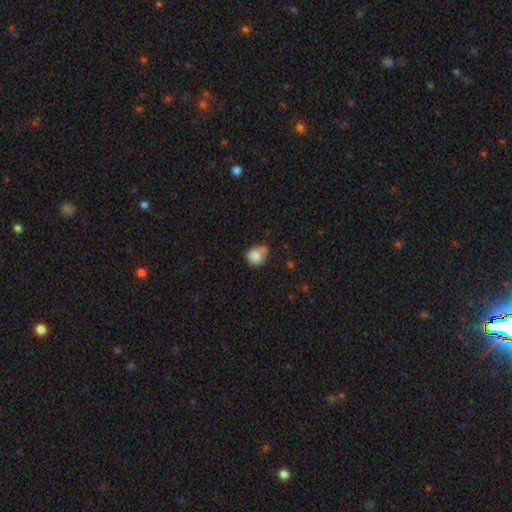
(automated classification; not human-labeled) A smooth galaxy with no disk features (81%) that is round (66%). Merging: none (45%).